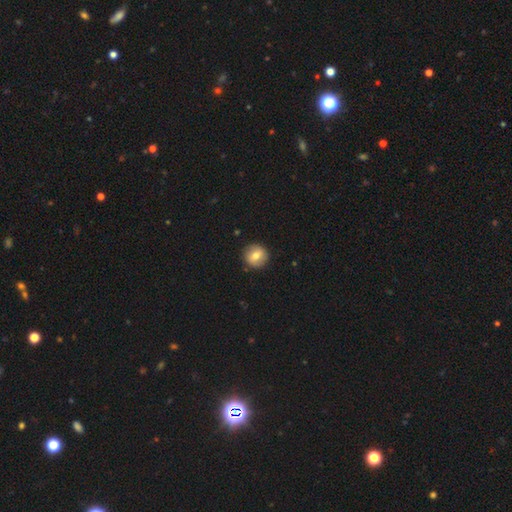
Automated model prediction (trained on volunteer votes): Smooth or featured? smooth (72%)
How rounded? round (93%)
Merging? none (91%)